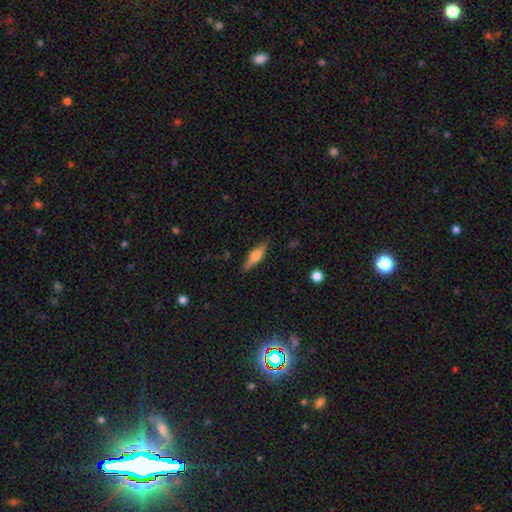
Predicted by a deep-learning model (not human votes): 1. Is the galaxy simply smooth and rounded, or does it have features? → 49% featured or disk, 45% smooth, 7% star or artifact.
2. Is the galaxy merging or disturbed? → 86% none, 11% minor disturbance, 2% major disturbance, 1% merger.